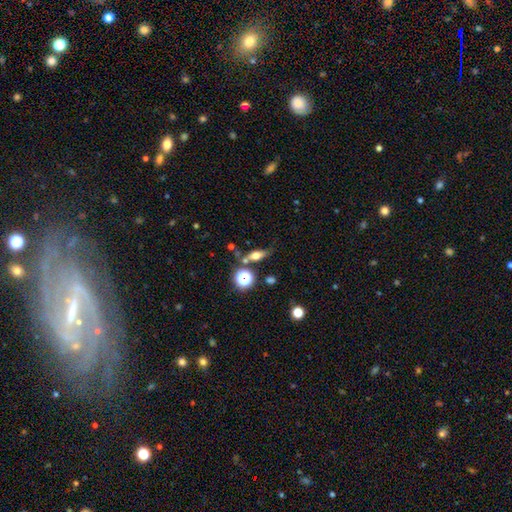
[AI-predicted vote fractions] This appears to be a smooth galaxy with no disk features (57%) that is in between round and cigar-shaped (55%). Merging: none (65%).